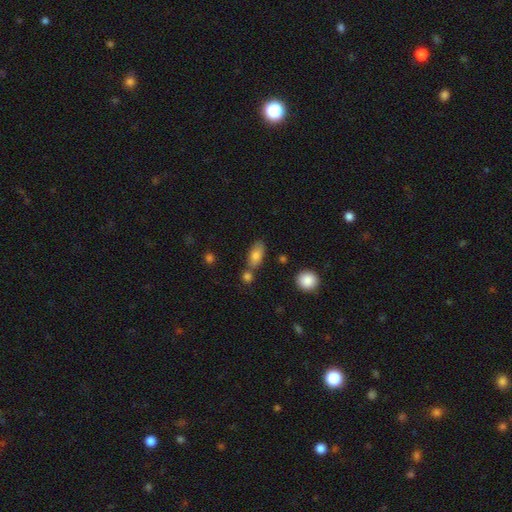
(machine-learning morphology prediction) smooth-or-featured: smooth: 79% | featured or disk: 13% | star or artifact: 8%
  how-rounded: in between: 85% | cigar-shaped: 10% | round: 5%
  merging: none: 57% | merger: 23% | minor disturbance: 15% | major disturbance: 5%